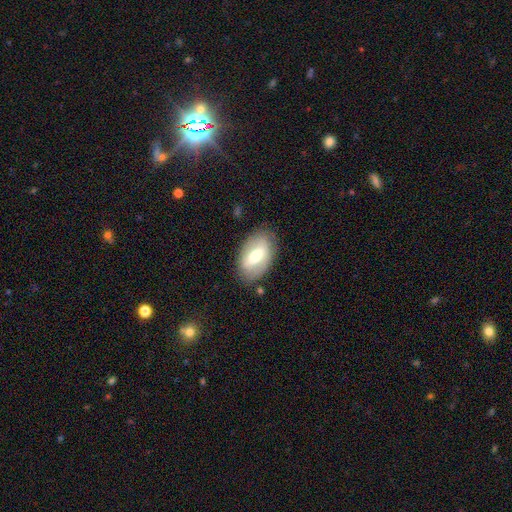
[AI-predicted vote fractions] Smooth or featured? smooth (49%)
Merging? none (80%)